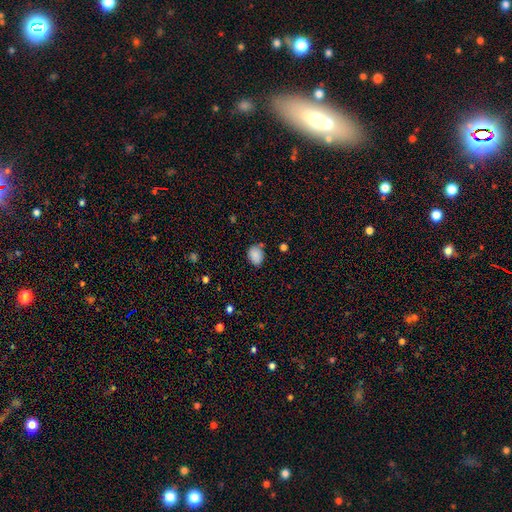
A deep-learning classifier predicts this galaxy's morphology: Q: Smooth or featured?
A: smooth (86%); runner-up: star or artifact (9%)
Q: How rounded?
A: in between (62%); runner-up: round (37%)
Q: Merging?
A: none (68%); runner-up: minor disturbance (23%)